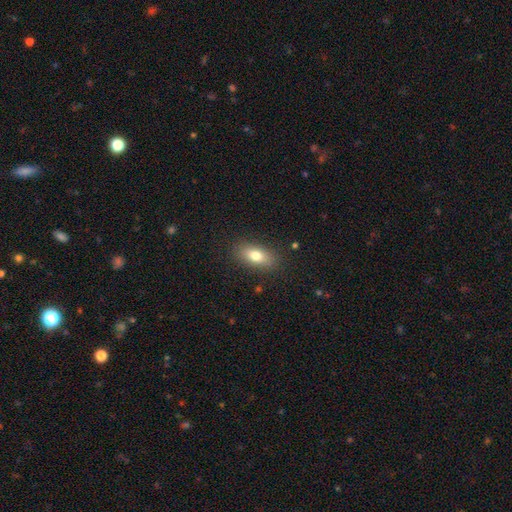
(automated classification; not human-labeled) A smooth galaxy with no disk features (77%) that is in between round and cigar-shaped (83%).

Vote fractions:
- Smooth or featured? smooth: 77% / featured or disk: 14% / star or artifact: 9%
- How rounded? in between: 83% / cigar-shaped: 10% / round: 8%
- Merging? none: 86% / minor disturbance: 10% / major disturbance: 3% / merger: 1%